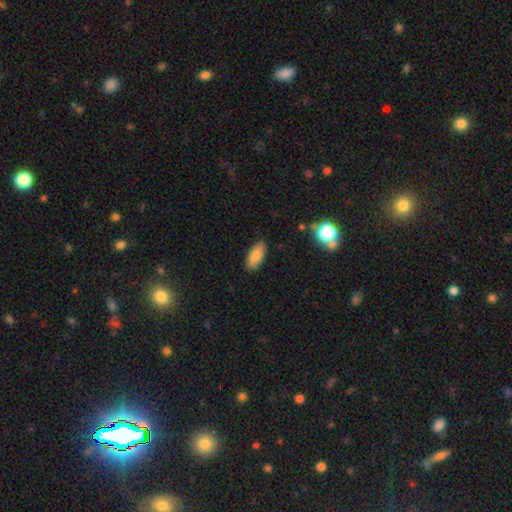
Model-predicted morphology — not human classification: Overall: smooth (81%). How rounded: in between (86%). Merging: none (86%).